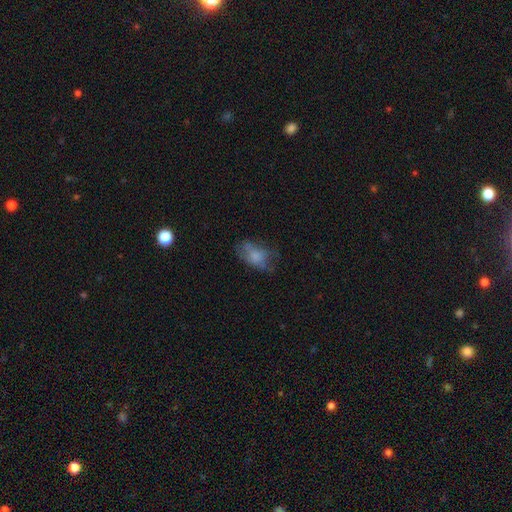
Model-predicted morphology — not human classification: A smooth galaxy with no disk features (65%) that is in between round and cigar-shaped (88%). Merging: none (44%).